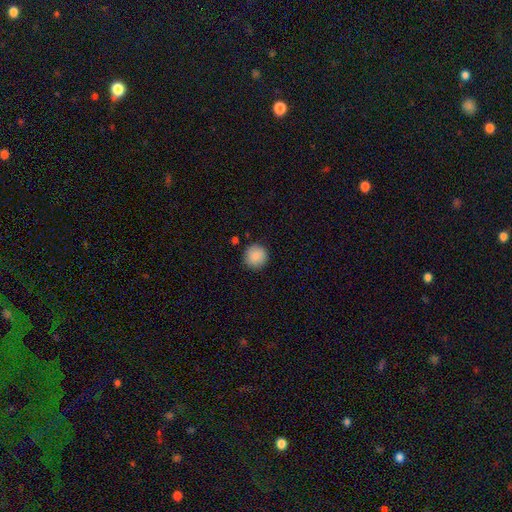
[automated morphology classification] The model was most divided on "smooth or featured": smooth: 88%, star or artifact: 8%, featured or disk: 4%. More confident: how rounded — round (95%); merging — none (90%).